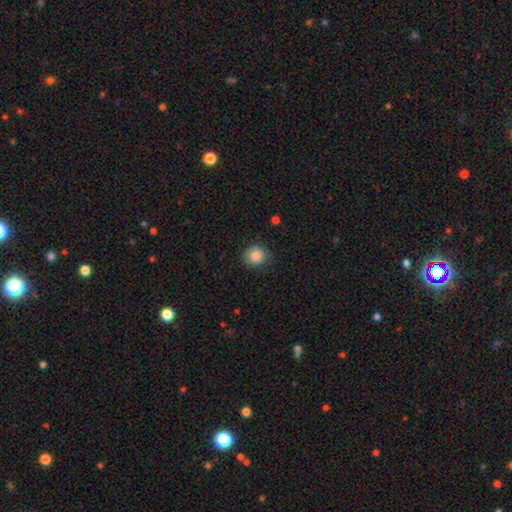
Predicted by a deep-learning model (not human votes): The model was most divided on "how rounded": round: 83%, in between: 16%, cigar-shaped: 1%. More confident: smooth or featured — smooth (85%); merging — none (84%).